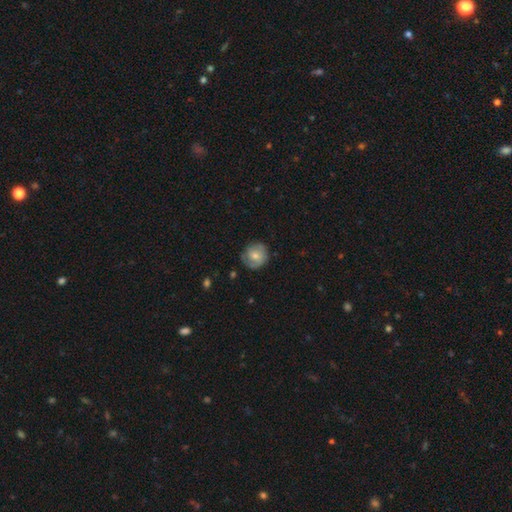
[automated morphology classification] smooth-or-featured: smooth: 58% | featured or disk: 35% | star or artifact: 7%
  how-rounded: round: 87% | in between: 12% | cigar-shaped: 1%
  merging: none: 72% | minor disturbance: 21% | major disturbance: 6% | merger: 1%